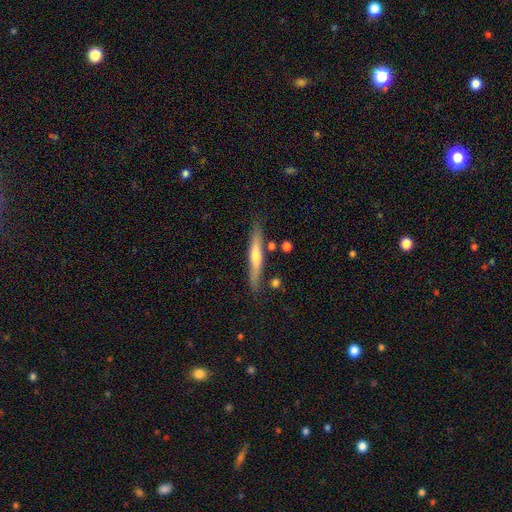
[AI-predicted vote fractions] Smooth or featured: featured or disk — 53% (smooth — 41%)
Edge-on disk: yes — 94% (no — 6%)
Merging: none — 81% (minor disturbance — 12%)